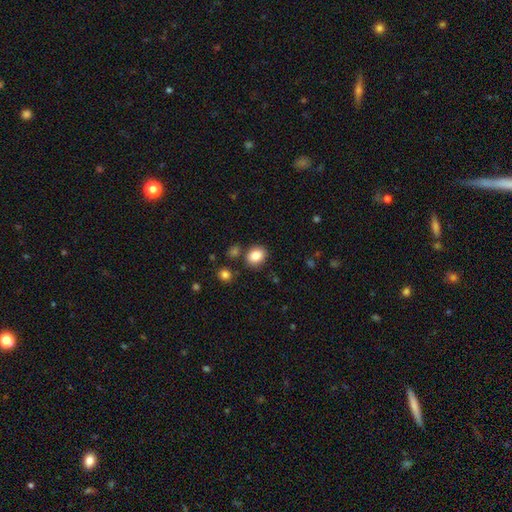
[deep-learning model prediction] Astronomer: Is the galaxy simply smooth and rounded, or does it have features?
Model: smooth — 84%.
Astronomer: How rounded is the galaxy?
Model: round — 54% (runner-up: in between, 46%).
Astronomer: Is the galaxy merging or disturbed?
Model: none — 81%.